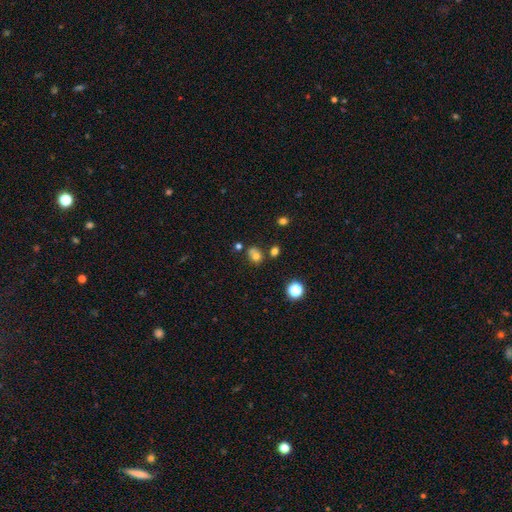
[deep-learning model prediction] Morphology: type=smooth (71%); roundness=round (65%); merging=none (50%).